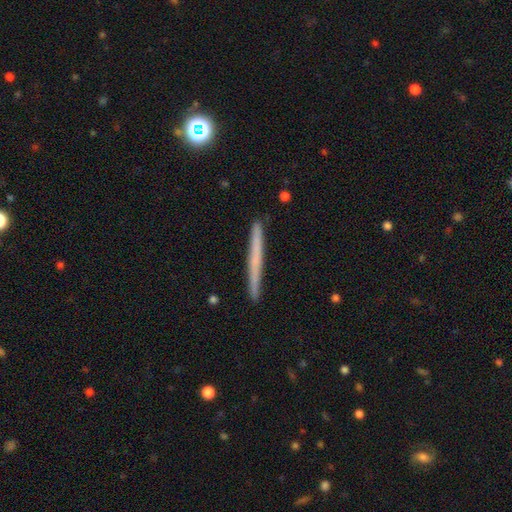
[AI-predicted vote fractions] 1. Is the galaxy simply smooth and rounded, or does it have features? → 51% smooth, 41% featured or disk, 8% star or artifact.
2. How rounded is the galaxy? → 97% cigar-shaped, 2% in between, 2% round.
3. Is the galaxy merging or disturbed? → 91% none, 7% minor disturbance, 1% merger, 1% major disturbance.